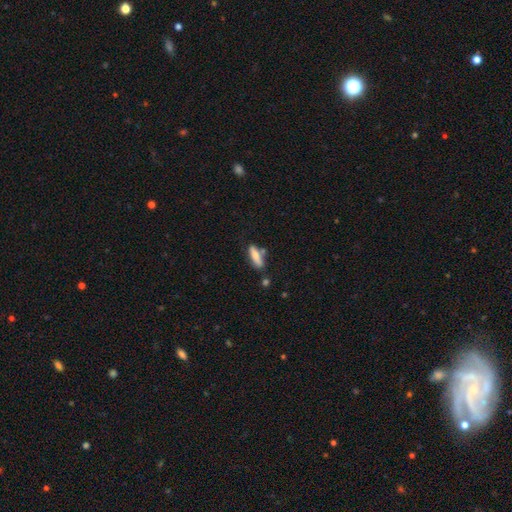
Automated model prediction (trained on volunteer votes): The model was most divided on "how rounded": cigar-shaped: 57%, in between: 40%, round: 2%. More confident: smooth or featured — smooth (71%); merging — none (69%).